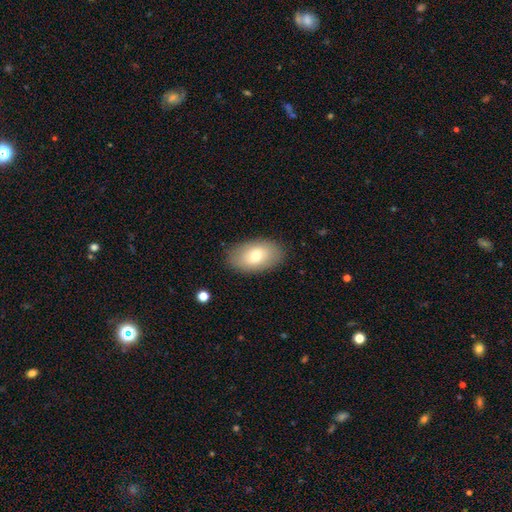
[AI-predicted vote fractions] Smooth or featured: smooth — 74% (featured or disk — 19%)
How rounded: in between — 93% (round — 5%)
Merging: none — 85% (minor disturbance — 11%)